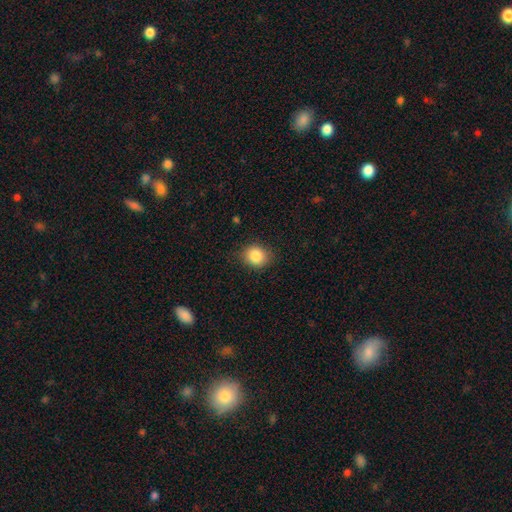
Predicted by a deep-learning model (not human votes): Overall: smooth (86%). How rounded: round (69%; in between 30%). Merging: none (83%).